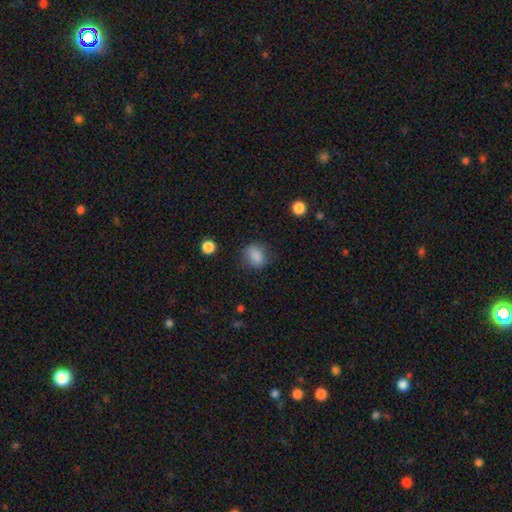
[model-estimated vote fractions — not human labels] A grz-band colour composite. It shows a smooth galaxy with no disk features (84%) that is in between round and cigar-shaped (61%). Merging: none (70%).